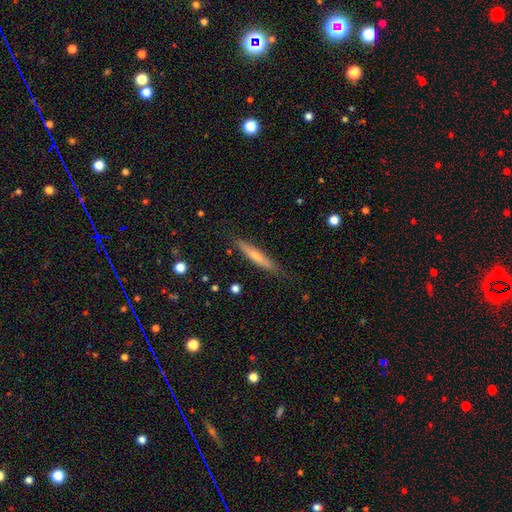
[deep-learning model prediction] This is possibly a smooth galaxy (48%). Merging: clearly none (84%).